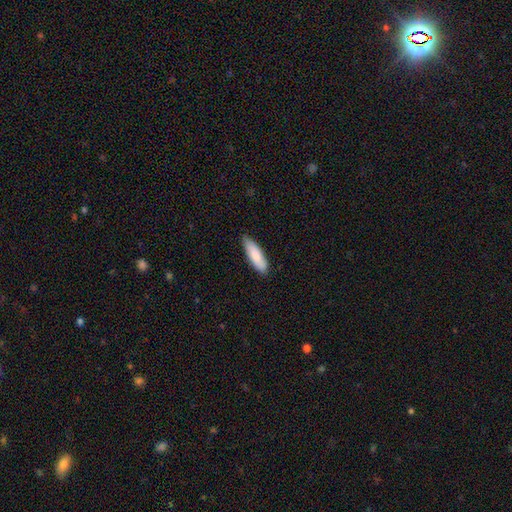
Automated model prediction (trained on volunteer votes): Morphology: type=smooth (86%); roundness=cigar-shaped (53%); merging=none (81%).